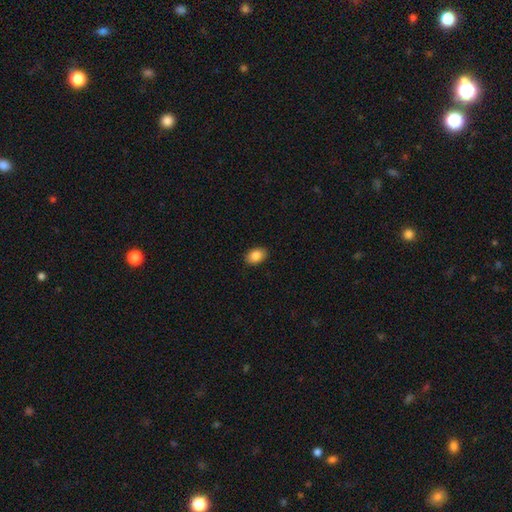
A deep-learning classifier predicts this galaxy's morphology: smooth_or_featured: smooth (p=0.86) [alt: star or artifact p=0.08]
how_rounded: in between (p=0.84) [alt: round p=0.15]
merging: none (p=0.90) [alt: minor disturbance p=0.08]